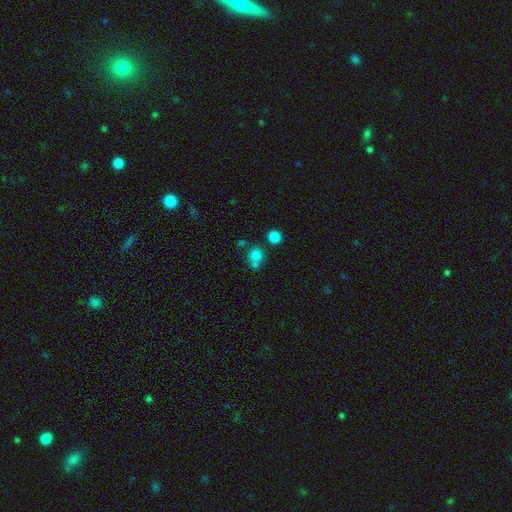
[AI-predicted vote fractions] smooth 77%, star or artifact 15%, featured or disk 8%. Down the decision tree: how rounded — round (86%); merging — none (58%).